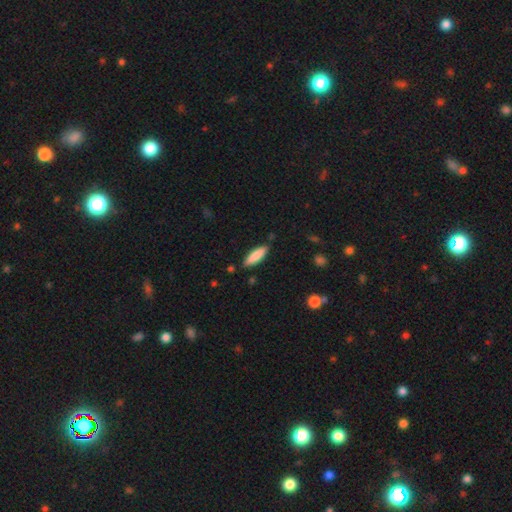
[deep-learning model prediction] This is clearly a smooth galaxy (85%). How rounded: likely cigar-shaped (63%). Merging: clearly none (85%).